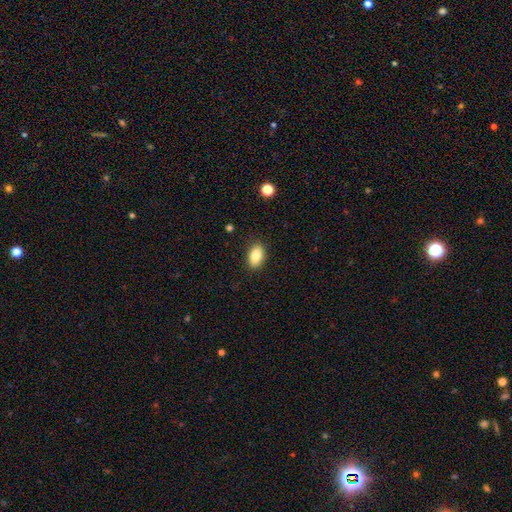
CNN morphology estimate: type=smooth (84%); roundness=in between (90%); merging=none (87%).